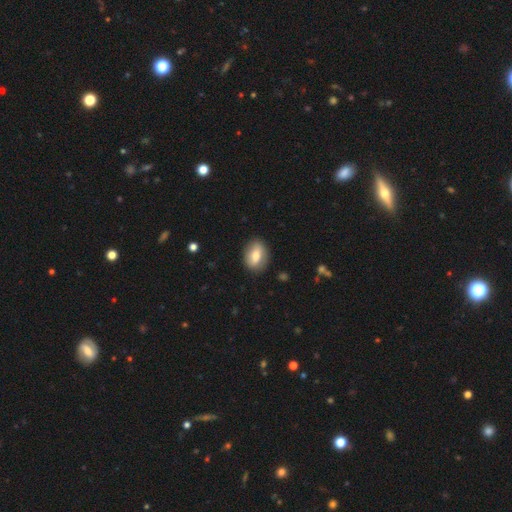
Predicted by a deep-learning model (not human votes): smooth 70%, featured or disk 23%, star or artifact 7%. Down the decision tree: how rounded — in between (77%); merging — none (85%).